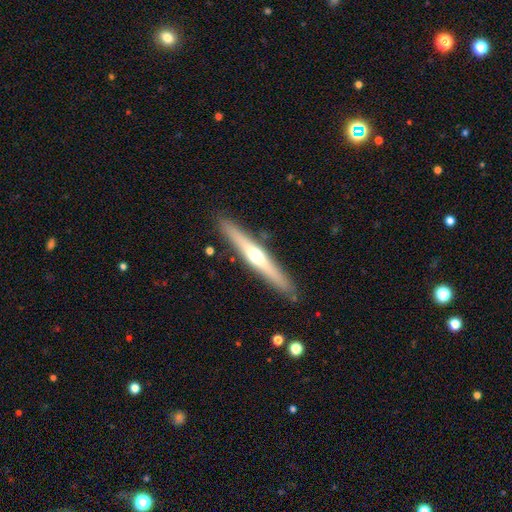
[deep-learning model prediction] smooth-or-featured: featured or disk: 61% | smooth: 34% | star or artifact: 5%
  disk-edge-on: yes: 96% | no: 4%
    edge-on-bulge: rounded: 86% | none: 10% | boxy: 4%
  merging: none: 89% | minor disturbance: 8% | merger: 2% | major disturbance: 2%